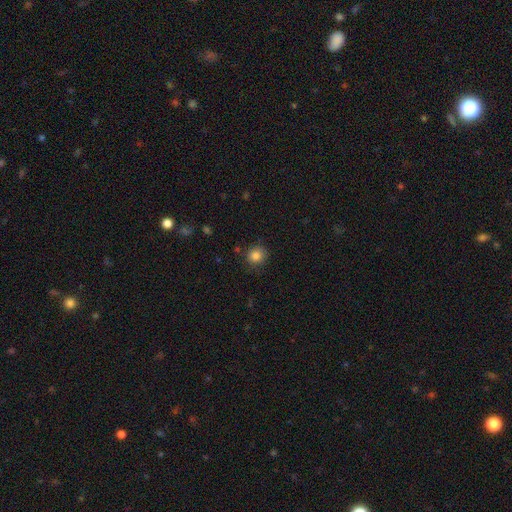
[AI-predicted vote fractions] smooth-or-featured: smooth: 84% | star or artifact: 11% | featured or disk: 5%
  how-rounded: round: 87% | in between: 12% | cigar-shaped: 1%
  merging: none: 84% | minor disturbance: 11% | major disturbance: 3% | merger: 2%